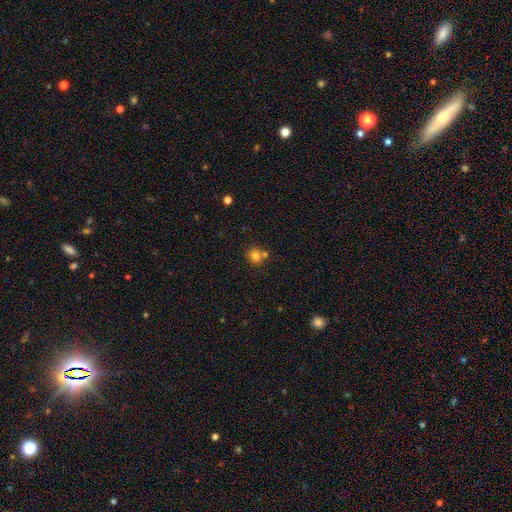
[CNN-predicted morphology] smooth_or_featured: smooth (p=0.79) [alt: star or artifact p=0.13]
how_rounded: round (p=0.87) [alt: in between p=0.12]
merging: none (p=0.65) [alt: merger p=0.24]